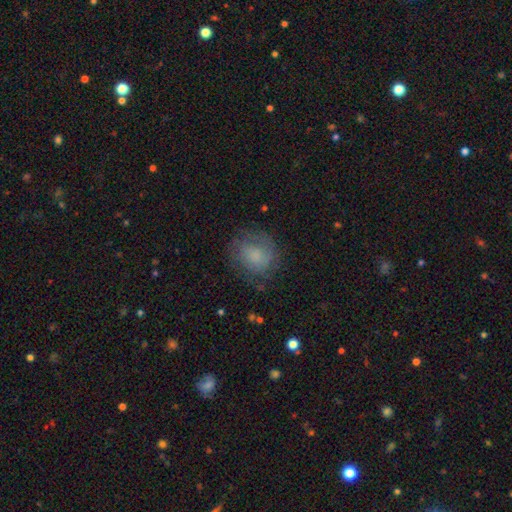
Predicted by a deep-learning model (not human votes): smooth_or_featured: smooth (p=0.63) [alt: featured or disk p=0.27]
how_rounded: round (p=0.73) [alt: in between p=0.26]
merging: none (p=0.70) [alt: minor disturbance p=0.19]